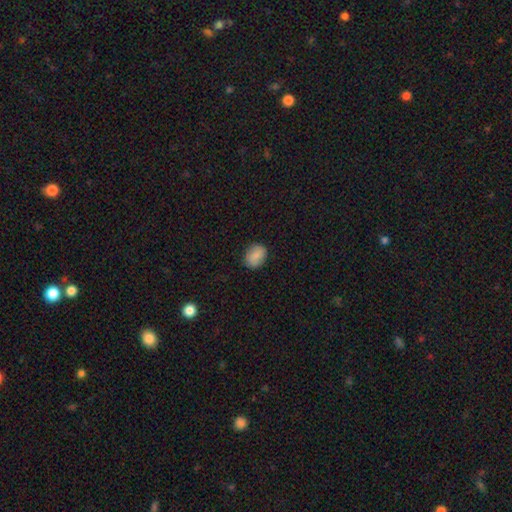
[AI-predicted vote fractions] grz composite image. It shows a smooth galaxy with no disk features (86%) that is in between round and cigar-shaped (60%). Merging: none (85%).